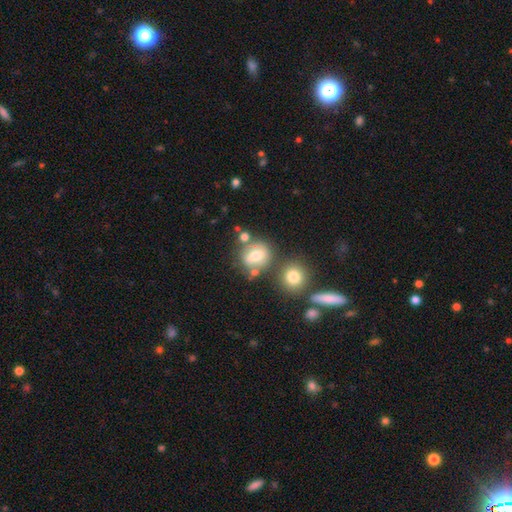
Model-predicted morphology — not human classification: Smooth or featured?
  - smooth: 61% *
  - featured or disk: 27%
  - star or artifact: 12%
How rounded?
  - round: 64% *
  - in between: 34%
  - cigar-shaped: 2%
Merging?
  - none: 60% *
  - merger: 18%
  - minor disturbance: 16%
  - major disturbance: 6%